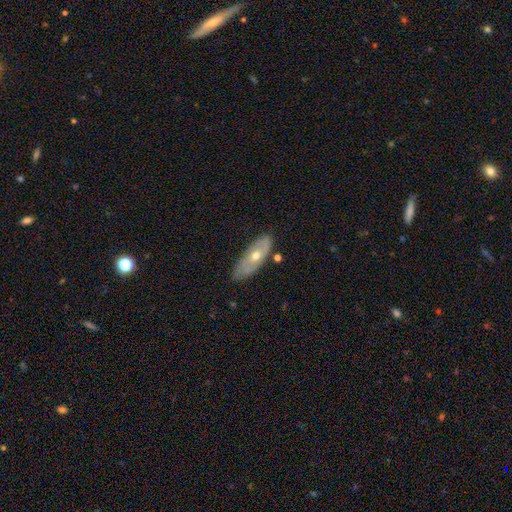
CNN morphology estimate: Smooth or featured?
  - featured or disk: 53% *
  - smooth: 41%
  - star or artifact: 6%
Edge-on disk?
  - no: 75% *
  - yes: 25%
Merging?
  - none: 74% *
  - minor disturbance: 19%
  - major disturbance: 4%
  - merger: 3%